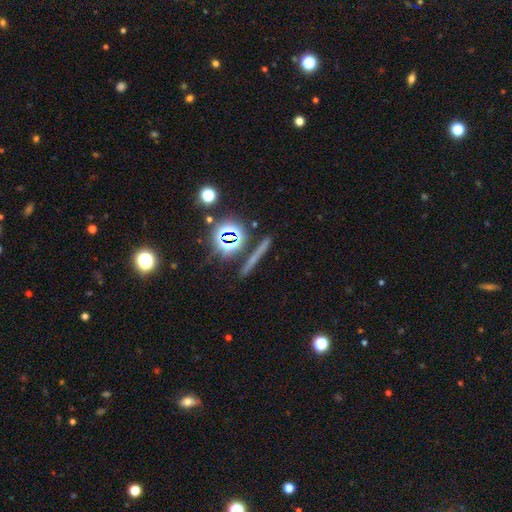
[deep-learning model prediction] A star or artifact, not a galaxy (39%).